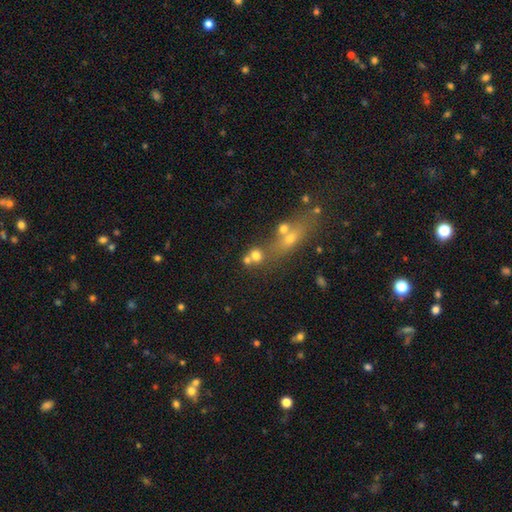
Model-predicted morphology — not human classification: smooth-or-featured: smooth: 68% | star or artifact: 17% | featured or disk: 16%
  how-rounded: round: 75% | in between: 22% | cigar-shaped: 4%
  merging: merger: 44% | none: 42% | minor disturbance: 9% | major disturbance: 6%